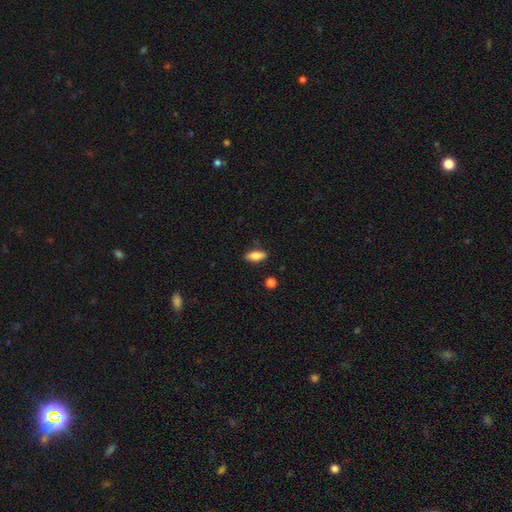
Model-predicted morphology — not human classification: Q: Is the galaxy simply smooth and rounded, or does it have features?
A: smooth — 73%.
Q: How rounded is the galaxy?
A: in between — 75%.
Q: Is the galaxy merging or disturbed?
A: none — 84%.